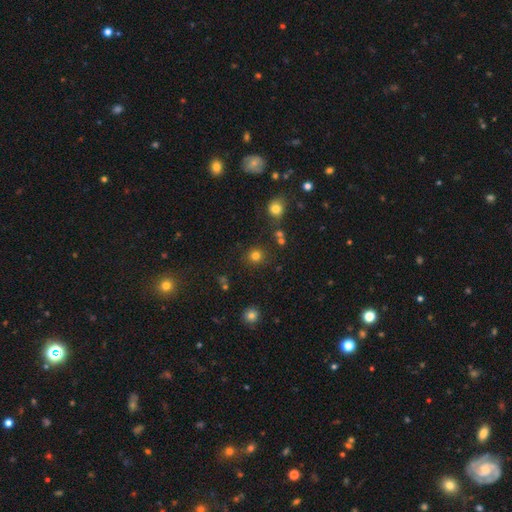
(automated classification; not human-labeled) Morphology: type=smooth (79%); roundness=round (90%); merging=none (85%).